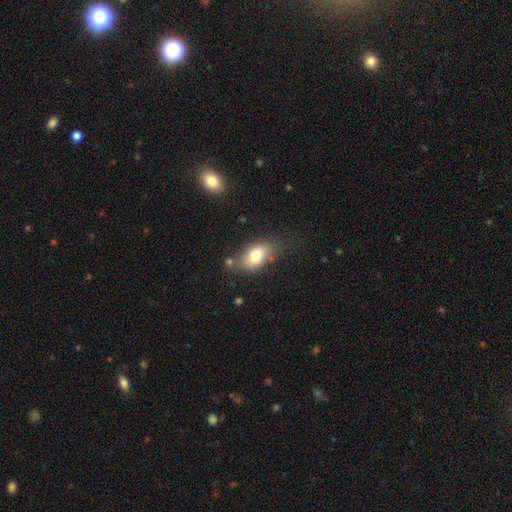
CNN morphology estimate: Overall: smooth (75%). How rounded: in between (87%). Merging: none (63%).